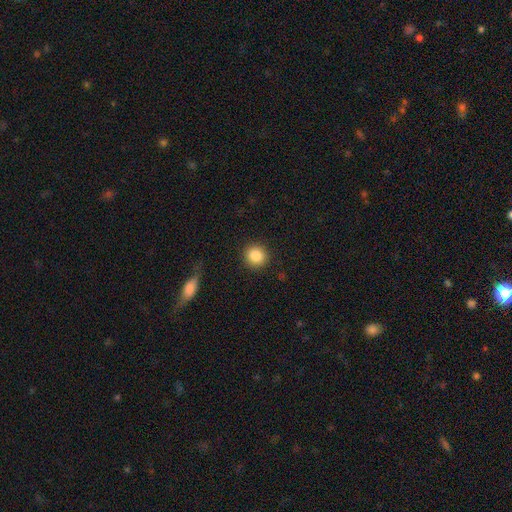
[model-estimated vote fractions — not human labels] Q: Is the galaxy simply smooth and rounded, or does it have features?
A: smooth — 87%.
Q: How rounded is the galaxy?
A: round — 90%.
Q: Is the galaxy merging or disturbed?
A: none — 89%.